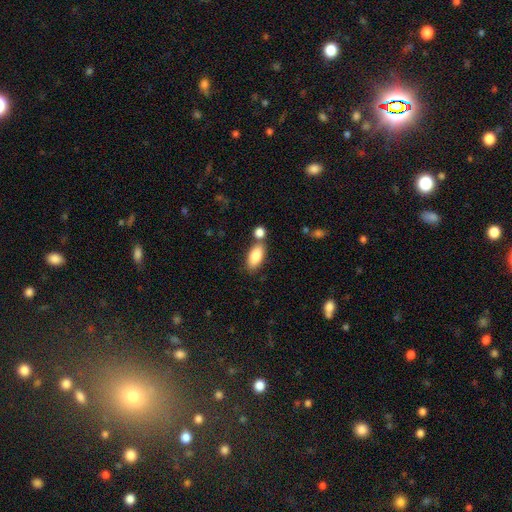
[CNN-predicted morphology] Q: Smooth or featured?
A: smooth (85%); runner-up: featured or disk (8%)
Q: How rounded?
A: in between (89%); runner-up: cigar-shaped (8%)
Q: Merging?
A: none (63%); runner-up: merger (21%)